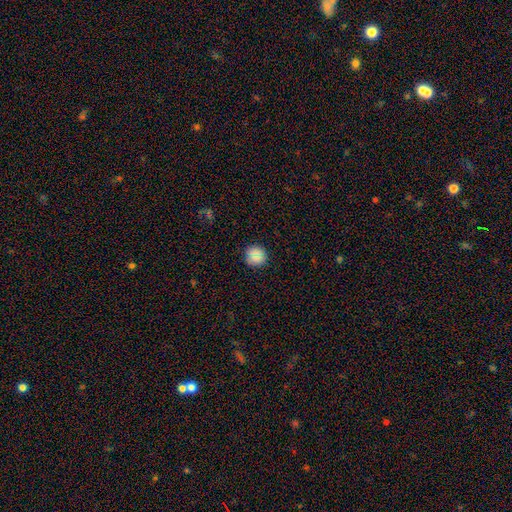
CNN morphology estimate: type=smooth (79%); roundness=round (92%); merging=none (87%).